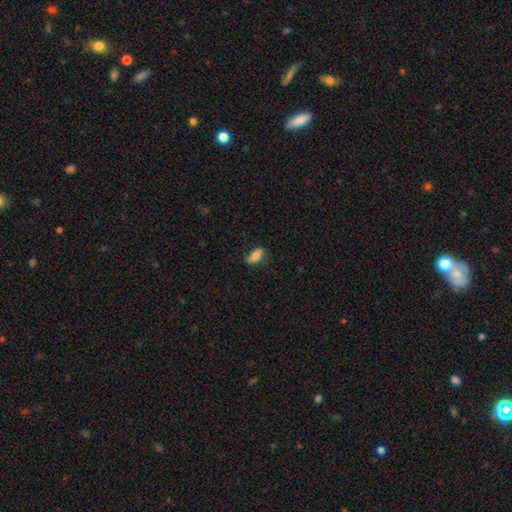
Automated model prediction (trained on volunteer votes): smooth-or-featured: smooth: 72% | featured or disk: 20% | star or artifact: 8%
  how-rounded: in between: 88% | cigar-shaped: 8% | round: 4%
  merging: none: 69% | minor disturbance: 23% | major disturbance: 6% | merger: 1%